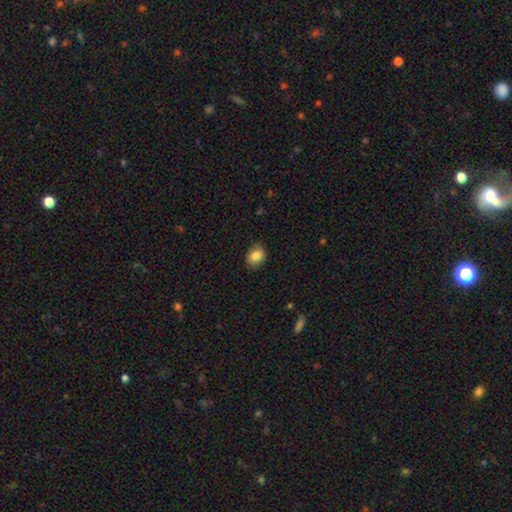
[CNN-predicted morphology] Smooth or featured: smooth — 85% (star or artifact — 8%)
How rounded: in between — 59% (round — 40%)
Merging: none — 85% (minor disturbance — 12%)